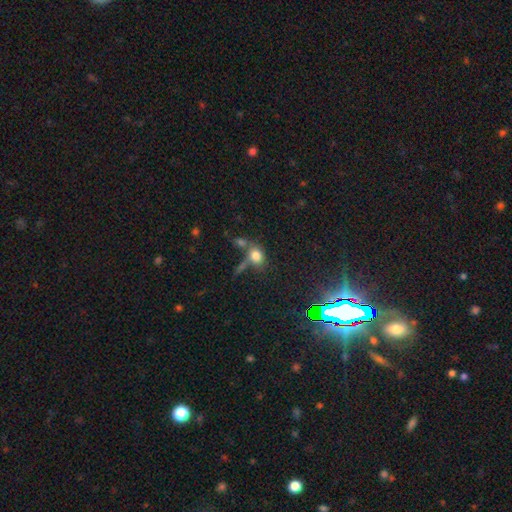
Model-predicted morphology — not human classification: Overall: smooth (77%). How rounded: in between (56%; round 42%). Merging: none (45%; merger 31%).